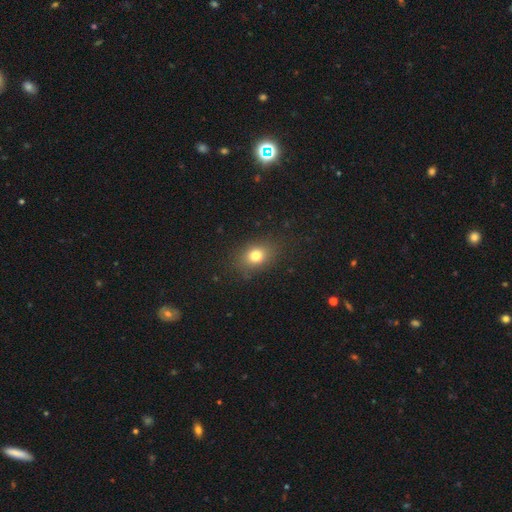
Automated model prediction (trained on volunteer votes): Q: Smooth or featured?
A: smooth (78%); runner-up: star or artifact (13%)
Q: How rounded?
A: in between (57%); runner-up: round (42%)
Q: Merging?
A: none (82%); runner-up: minor disturbance (12%)